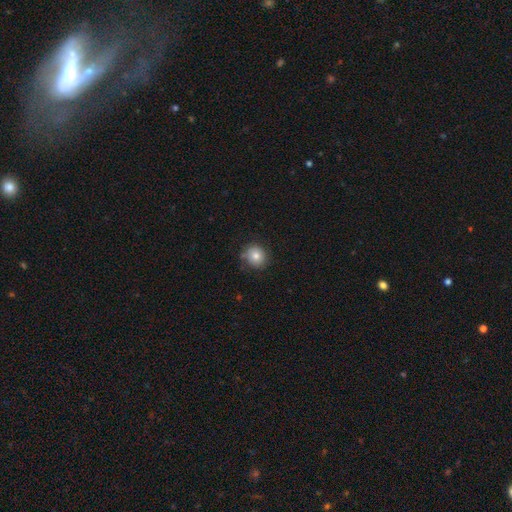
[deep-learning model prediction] smooth_or_featured: smooth (p=0.77) [alt: featured or disk p=0.13]
how_rounded: round (p=0.87) [alt: in between p=0.12]
merging: none (p=0.78) [alt: minor disturbance p=0.16]